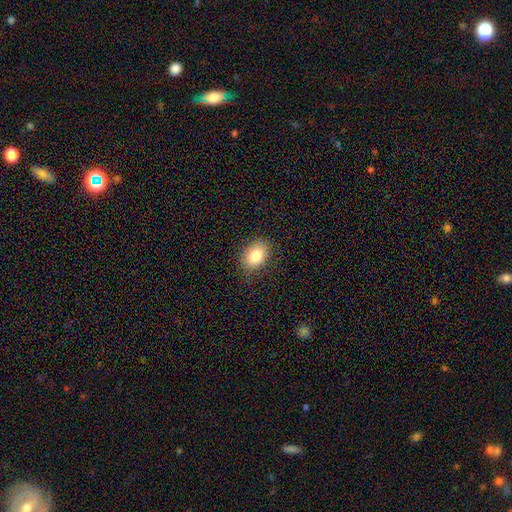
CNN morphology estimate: A smooth galaxy with no disk features (84%) that is in between round and cigar-shaped (79%).

Vote fractions:
- Smooth or featured? smooth: 84% / star or artifact: 9% / featured or disk: 8%
- How rounded? in between: 79% / round: 20% / cigar-shaped: 1%
- Merging? none: 84% / minor disturbance: 12% / major disturbance: 3% / merger: 1%